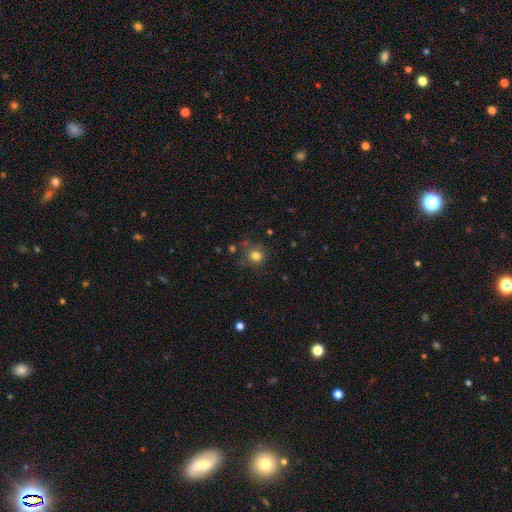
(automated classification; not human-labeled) smooth_or_featured: smooth (p=0.79) [alt: star or artifact p=0.14]
how_rounded: round (p=0.87) [alt: in between p=0.12]
merging: none (p=0.73) [alt: minor disturbance p=0.16]